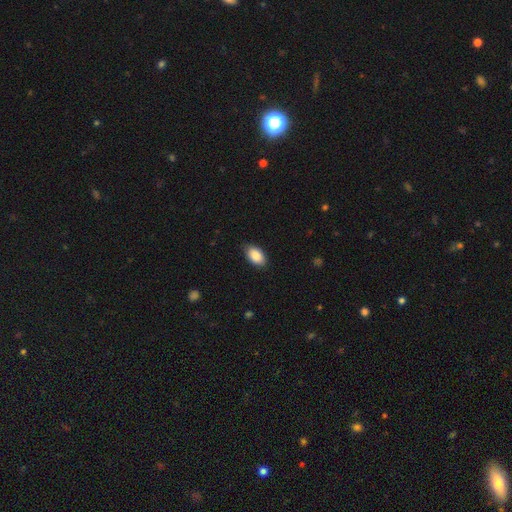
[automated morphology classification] type=smooth (88%); roundness=in between (93%); merging=none (83%).